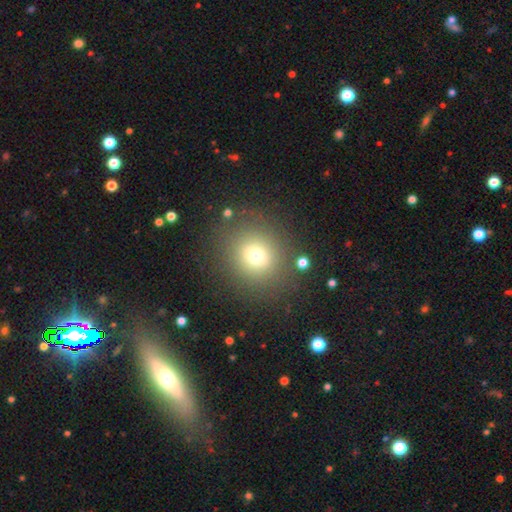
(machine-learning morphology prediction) Smooth or featured?
  - smooth: 71% *
  - star or artifact: 17%
  - featured or disk: 12%
How rounded?
  - round: 84% *
  - in between: 15%
  - cigar-shaped: 1%
Merging?
  - none: 83% *
  - minor disturbance: 9%
  - major disturbance: 5%
  - merger: 3%